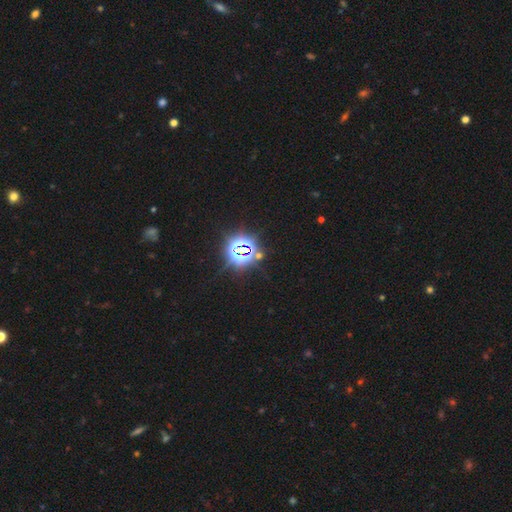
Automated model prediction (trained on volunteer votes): smooth-or-featured: star or artifact: 81% | smooth: 12% | featured or disk: 7%